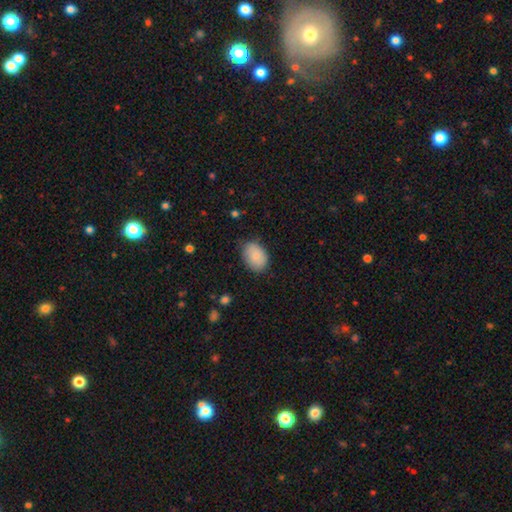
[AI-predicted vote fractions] smooth_or_featured: smooth (p=0.84) [alt: featured or disk p=0.09]
how_rounded: in between (p=0.77) [alt: round p=0.22]
merging: none (p=0.74) [alt: minor disturbance p=0.21]